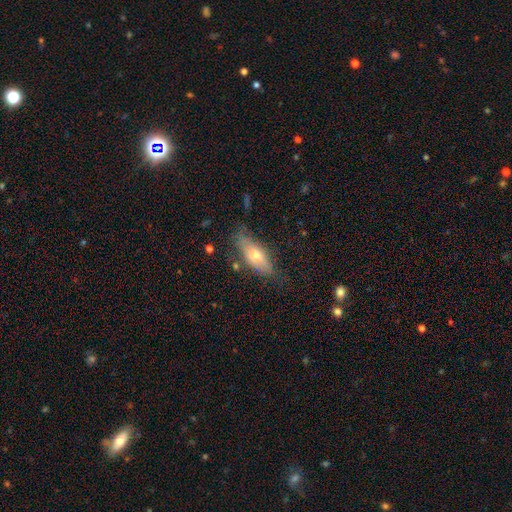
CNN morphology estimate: smooth 58%, featured or disk 35%, star or artifact 7%. Down the decision tree: how rounded — in between (67%); merging — none (68%).